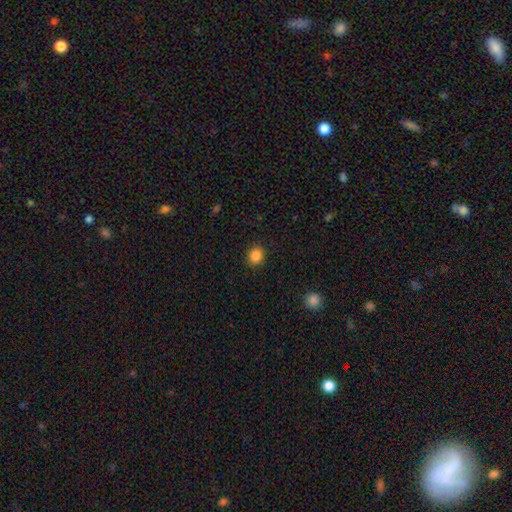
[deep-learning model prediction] A smooth galaxy with no disk features (86%) that is round (80%).

Vote fractions:
- Smooth or featured? smooth: 86% / star or artifact: 10% / featured or disk: 4%
- How rounded? round: 80% / in between: 19% / cigar-shaped: 1%
- Merging? none: 90% / minor disturbance: 7% / major disturbance: 2% / merger: 1%